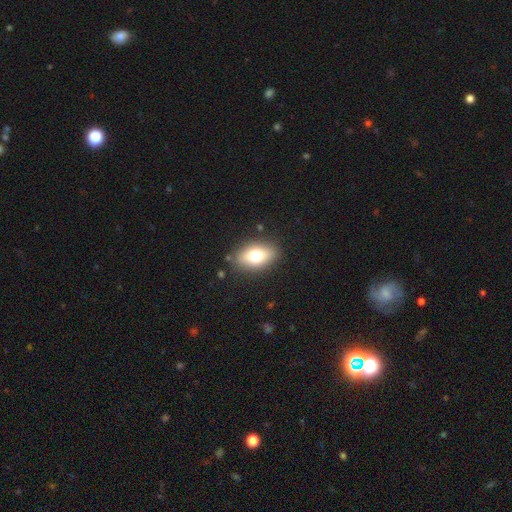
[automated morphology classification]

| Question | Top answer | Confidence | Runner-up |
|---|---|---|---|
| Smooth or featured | smooth | 73% | featured or disk (18%) |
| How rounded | in between | 85% | round (12%) |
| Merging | none | 85% | minor disturbance (10%) |